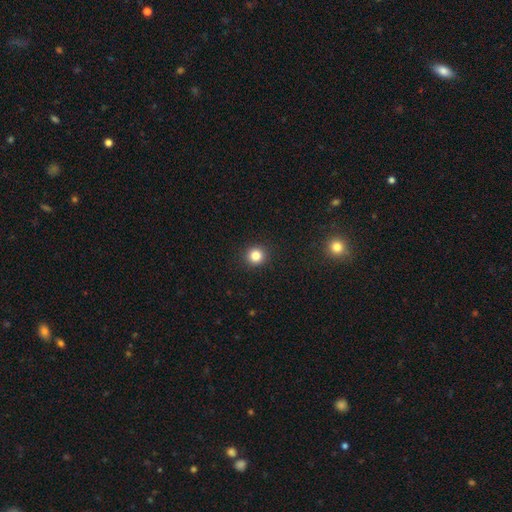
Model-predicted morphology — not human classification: Smooth or featured?
  - smooth: 83% *
  - star or artifact: 12%
  - featured or disk: 5%
How rounded?
  - round: 93% *
  - in between: 6%
  - cigar-shaped: 1%
Merging?
  - none: 93% *
  - minor disturbance: 5%
  - major disturbance: 2%
  - merger: 1%